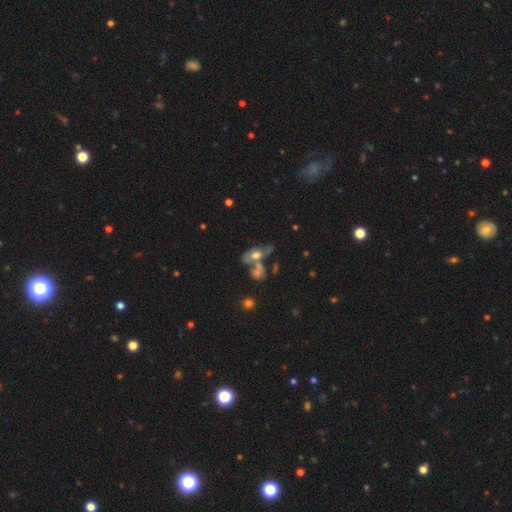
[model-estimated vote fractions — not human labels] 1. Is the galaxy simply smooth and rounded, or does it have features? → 48% featured or disk, 41% smooth, 12% star or artifact.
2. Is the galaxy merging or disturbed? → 48% merger, 26% none, 13% minor disturbance, 13% major disturbance.